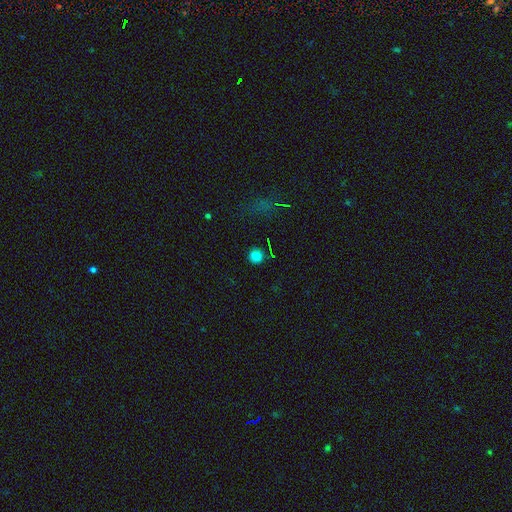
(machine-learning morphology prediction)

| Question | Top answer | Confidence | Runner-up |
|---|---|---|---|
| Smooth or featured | smooth | 80% | star or artifact (14%) |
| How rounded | round | 94% | in between (5%) |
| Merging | none | 89% | minor disturbance (7%) |